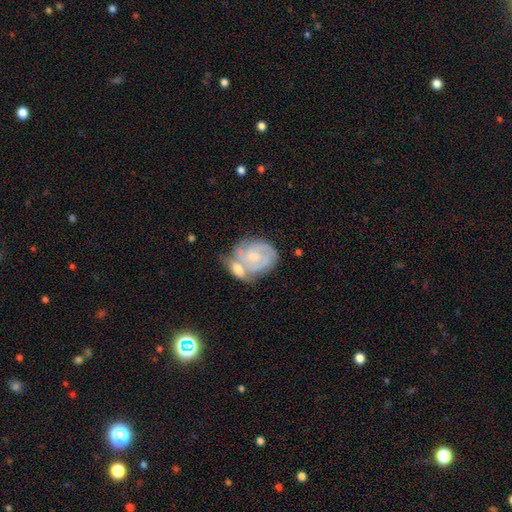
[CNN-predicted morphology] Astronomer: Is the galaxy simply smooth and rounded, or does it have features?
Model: featured or disk — 73%.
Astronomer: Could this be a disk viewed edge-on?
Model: no — 97%.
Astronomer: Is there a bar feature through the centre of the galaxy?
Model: no — 70%.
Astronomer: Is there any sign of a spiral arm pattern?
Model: yes — 88%.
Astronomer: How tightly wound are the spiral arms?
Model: tight — 65%.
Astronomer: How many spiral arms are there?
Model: can't tell — 33% (runner-up: 2, 29%).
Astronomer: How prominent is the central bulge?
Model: small — 61%.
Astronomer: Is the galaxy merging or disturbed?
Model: merger — 46% (runner-up: none, 32%).